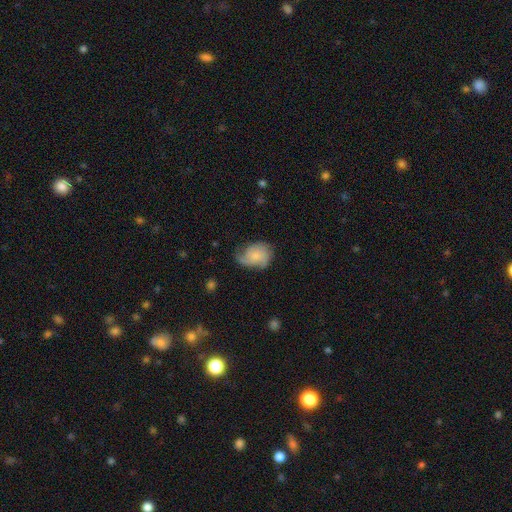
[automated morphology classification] This appears to be a featured or disk galaxy (53%) with no bar (76%), spiral arms (89%) and a small central bulge (48%). Merging: none (52%).